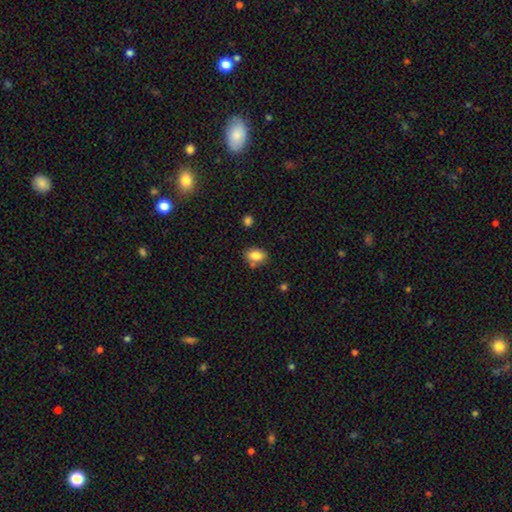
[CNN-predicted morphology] The model was most divided on "merging": none: 73%, minor disturbance: 15%, merger: 9%, major disturbance: 3%. More confident: smooth or featured — smooth (83%); how rounded — in between (81%).